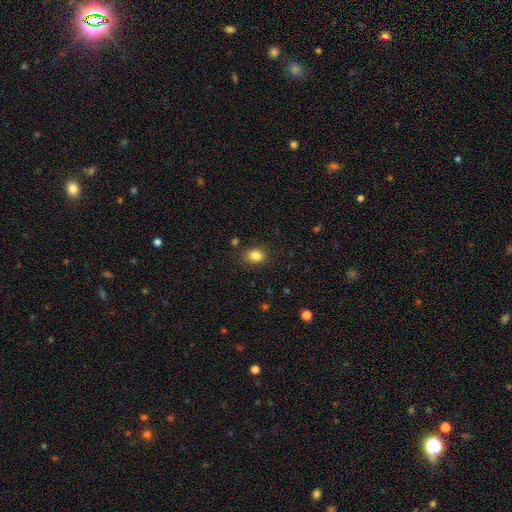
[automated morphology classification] smooth 85%, star or artifact 10%, featured or disk 5%. Down the decision tree: how rounded — in between (62%); merging — none (81%).